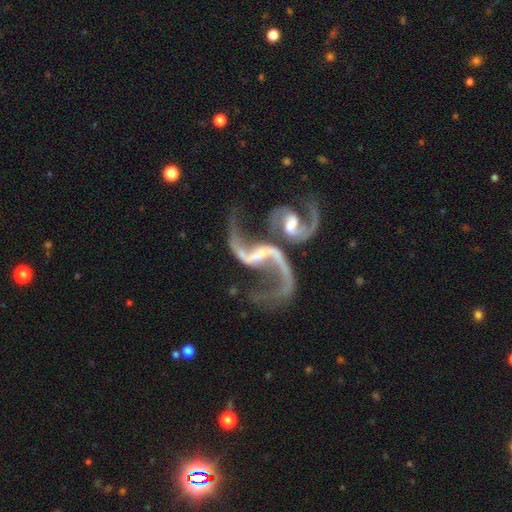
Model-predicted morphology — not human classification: smooth-or-featured: featured or disk: 86% | star or artifact: 9% | smooth: 5%
  disk-edge-on: no: 96% | yes: 4%
    bar: weak: 38% | no: 37% | strong: 25%
    has-spiral-arms: yes: 89% | no: 11%
      spiral-winding: loose: 84% | medium: 12% | tight: 4%
      spiral-arm-count: 2: 80% | 1: 10% | can't tell: 4% | 3: 3% | 4: 2% | more than 4: 2%
    bulge-size: small: 49% | moderate: 23% | none: 23% | large: 3% | dominant: 2%
  merging: merger: 50% | none: 21% | major disturbance: 20% | minor disturbance: 9%